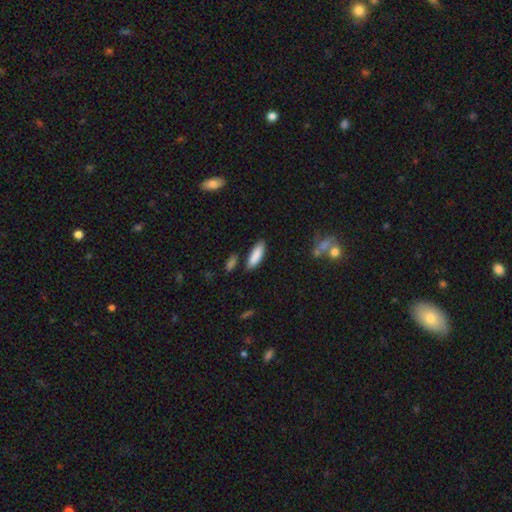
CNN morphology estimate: Smooth or featured? Predicted: smooth (p=0.87). How rounded? Predicted: in between (p=0.55). Merging? Predicted: none (p=0.81).